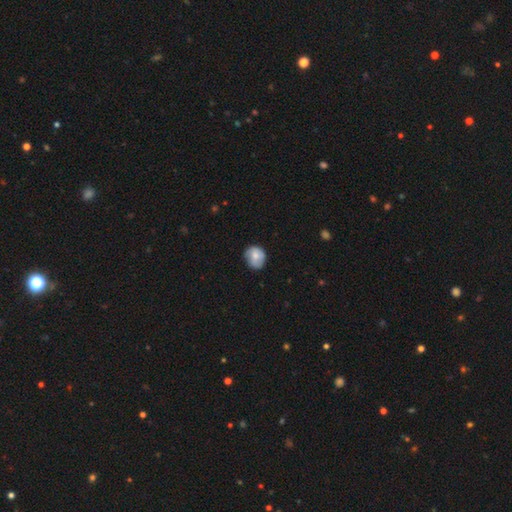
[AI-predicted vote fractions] Smooth or featured?
  - smooth: 68% *
  - featured or disk: 25%
  - star or artifact: 7%
How rounded?
  - round: 72% *
  - in between: 27%
  - cigar-shaped: 1%
Merging?
  - none: 65% *
  - minor disturbance: 27%
  - major disturbance: 6%
  - merger: 1%